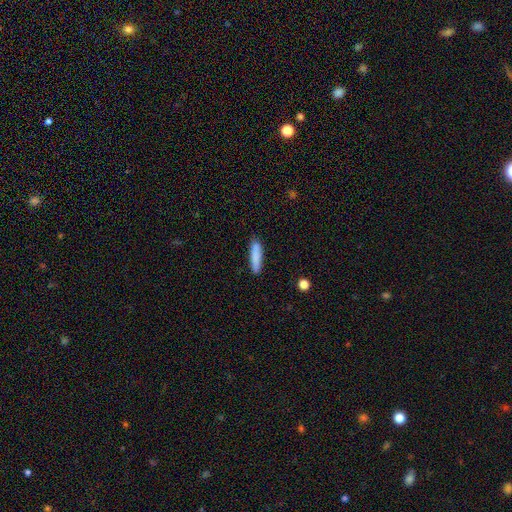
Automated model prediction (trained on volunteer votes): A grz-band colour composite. It shows a smooth galaxy with no disk features (84%) that is cigar-shaped (79%). Merging: none (85%).